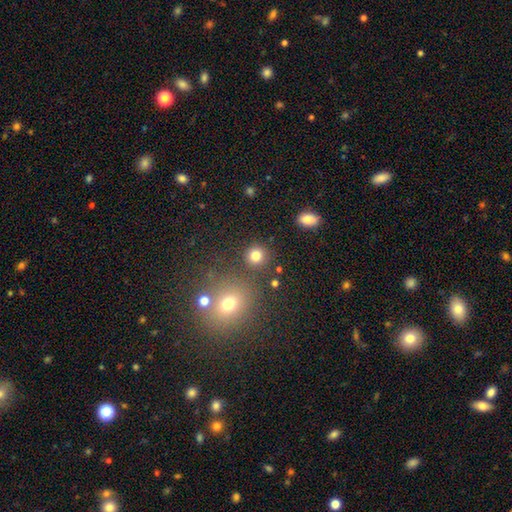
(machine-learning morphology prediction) Smooth or featured? Predicted: smooth (p=0.81). How rounded? Predicted: round (p=0.91). Merging? Predicted: none (p=0.84).